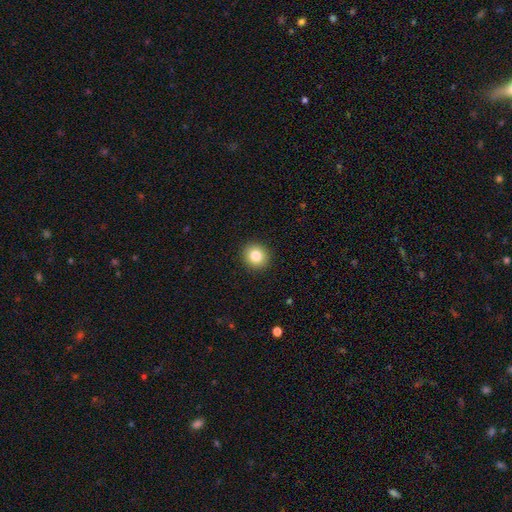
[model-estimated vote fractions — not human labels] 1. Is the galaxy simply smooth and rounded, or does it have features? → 83% smooth, 10% star or artifact, 7% featured or disk.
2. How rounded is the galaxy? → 87% round, 12% in between, 1% cigar-shaped.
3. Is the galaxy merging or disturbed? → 92% none, 5% minor disturbance, 2% major disturbance, 1% merger.